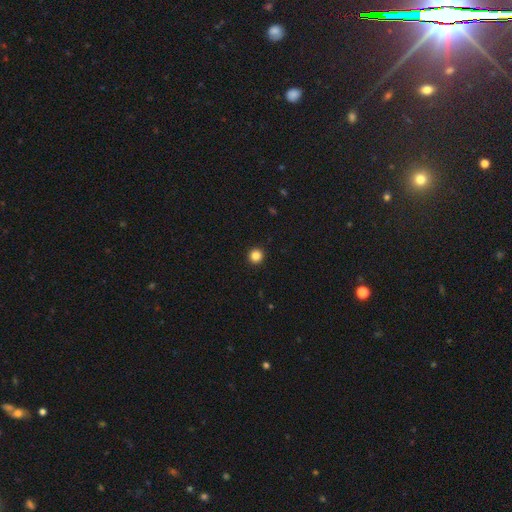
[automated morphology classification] Smooth or featured?
  - smooth: 85% *
  - star or artifact: 12%
  - featured or disk: 4%
How rounded?
  - round: 95% *
  - in between: 4%
  - cigar-shaped: 1%
Merging?
  - none: 94% *
  - minor disturbance: 4%
  - major disturbance: 1%
  - merger: 1%